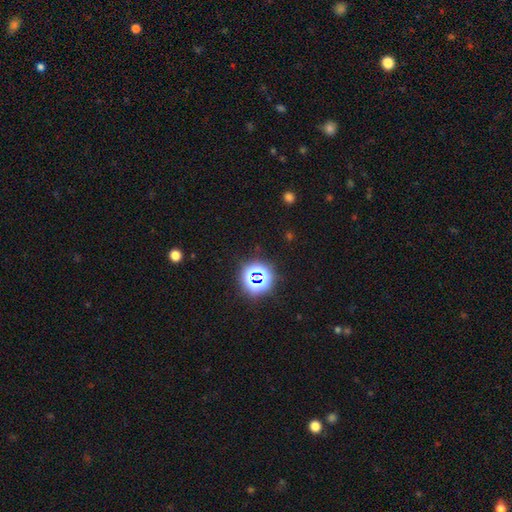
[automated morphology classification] A star or artifact, not a galaxy (74%).